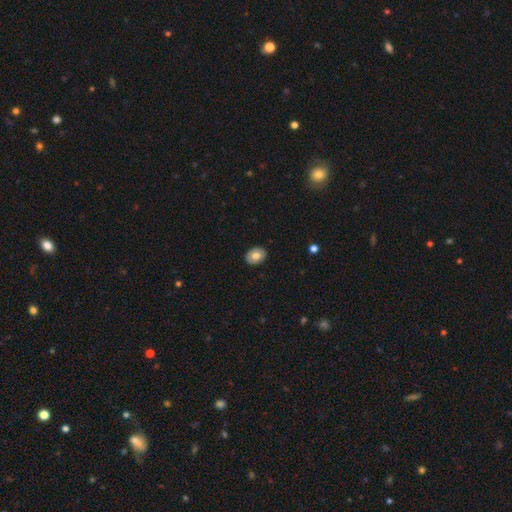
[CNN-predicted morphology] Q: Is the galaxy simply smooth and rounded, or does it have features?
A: smooth — 71%.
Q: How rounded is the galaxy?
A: in between — 67%.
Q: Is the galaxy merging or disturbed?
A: none — 89%.